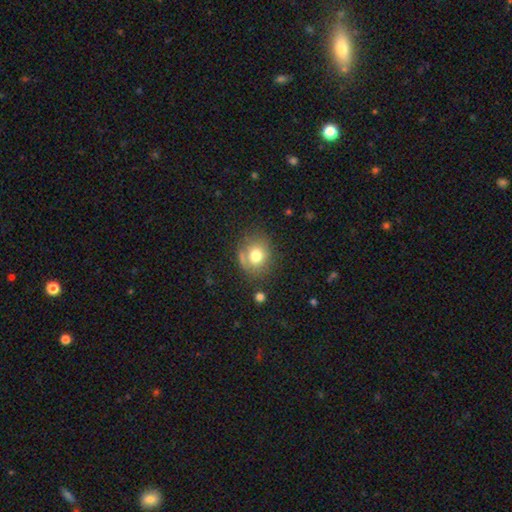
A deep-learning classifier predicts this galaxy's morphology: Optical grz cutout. It shows a smooth galaxy with no disk features (74%) that is round (74%). Merging: none (68%).